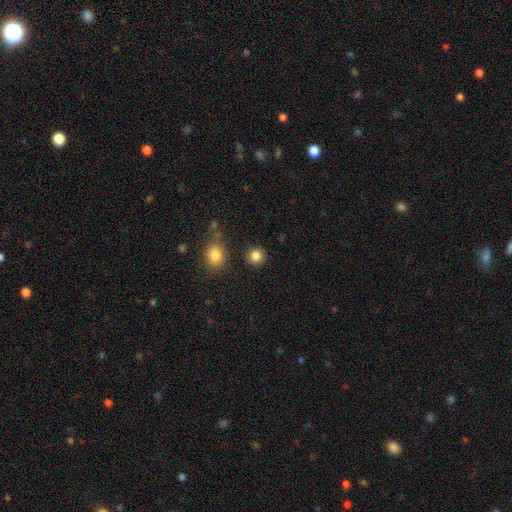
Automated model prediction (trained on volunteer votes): Smooth or featured? Predicted: smooth (p=0.85). How rounded? Predicted: round (p=0.90). Merging? Predicted: none (p=0.88).